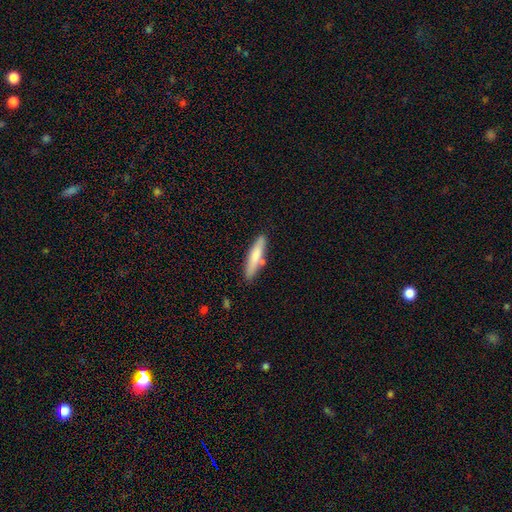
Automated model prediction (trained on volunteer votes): Smooth or featured?
  - smooth: 74% *
  - featured or disk: 20%
  - star or artifact: 6%
How rounded?
  - cigar-shaped: 83% *
  - in between: 15%
  - round: 1%
Merging?
  - none: 79% *
  - minor disturbance: 13%
  - merger: 6%
  - major disturbance: 2%